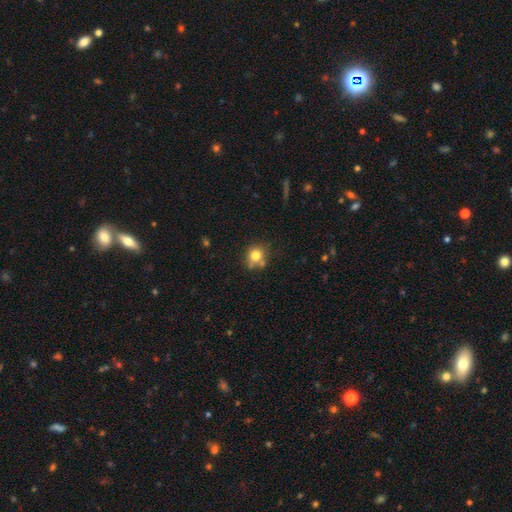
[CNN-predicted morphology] type=smooth (78%); roundness=round (84%); merging=none (64%).